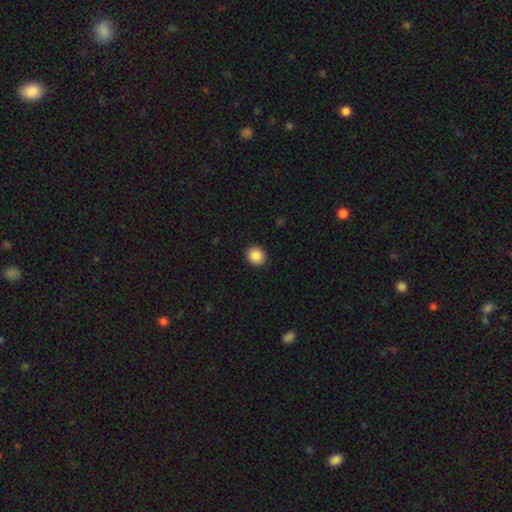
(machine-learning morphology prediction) type=smooth (88%); roundness=round (79%); merging=none (92%).